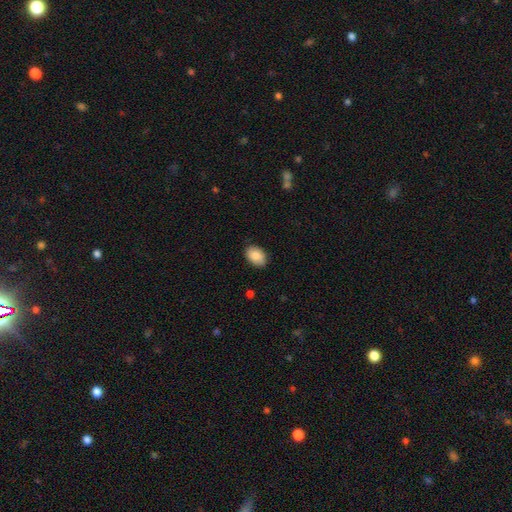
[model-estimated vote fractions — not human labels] Q: Smooth or featured?
A: smooth (86%); runner-up: featured or disk (7%)
Q: How rounded?
A: in between (85%); runner-up: round (13%)
Q: Merging?
A: none (86%); runner-up: minor disturbance (11%)